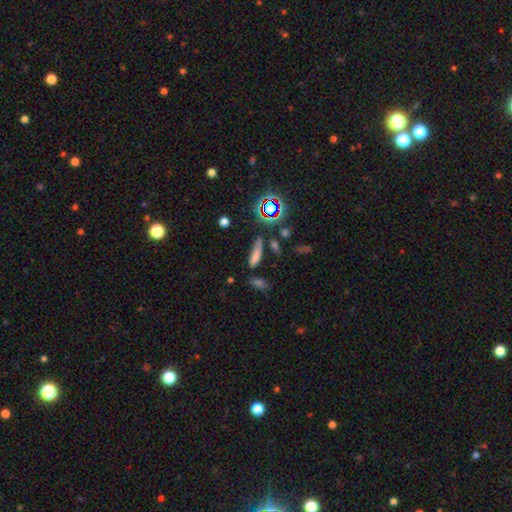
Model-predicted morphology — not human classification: smooth 71%, star or artifact 17%, featured or disk 12%. Down the decision tree: how rounded — cigar-shaped (67%); merging — none (66%).